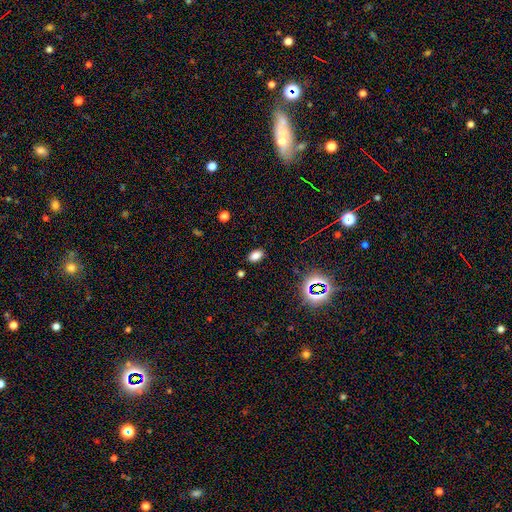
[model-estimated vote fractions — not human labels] Smooth or featured? smooth (78%)
How rounded? in between (88%)
Merging? none (86%)